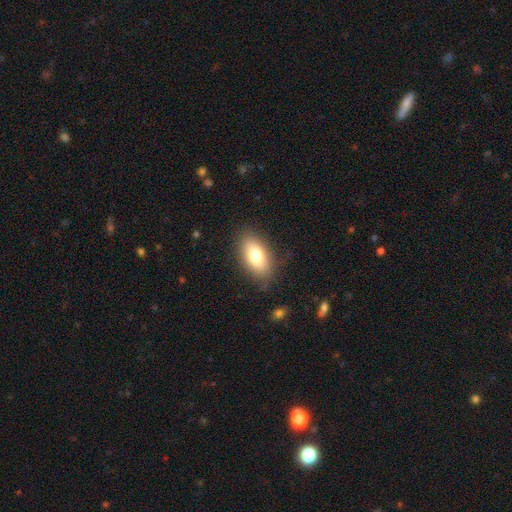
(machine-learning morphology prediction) Smooth or featured: smooth — 76% (featured or disk — 16%)
How rounded: in between — 89% (round — 5%)
Merging: none — 84% (minor disturbance — 11%)